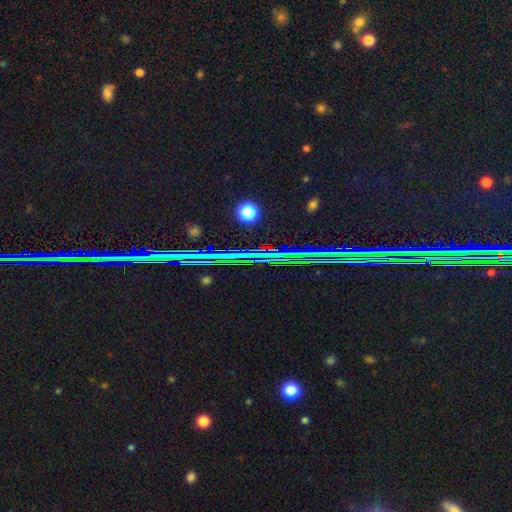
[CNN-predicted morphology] The model was most divided on "smooth or featured": star or artifact: 71%, smooth: 20%, featured or disk: 9%.